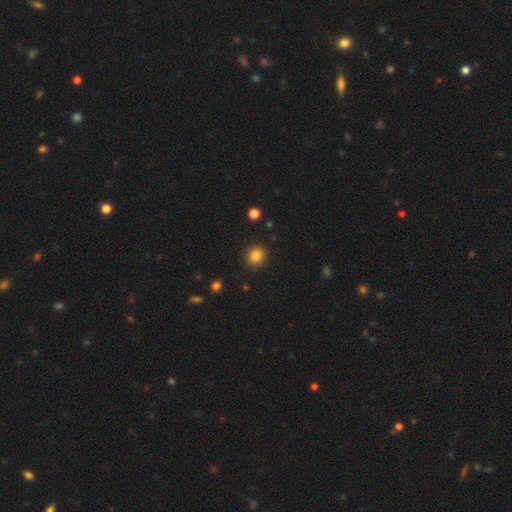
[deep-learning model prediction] This appears to be a smooth galaxy with no disk features (84%) that is round (89%). Merging: none (91%).